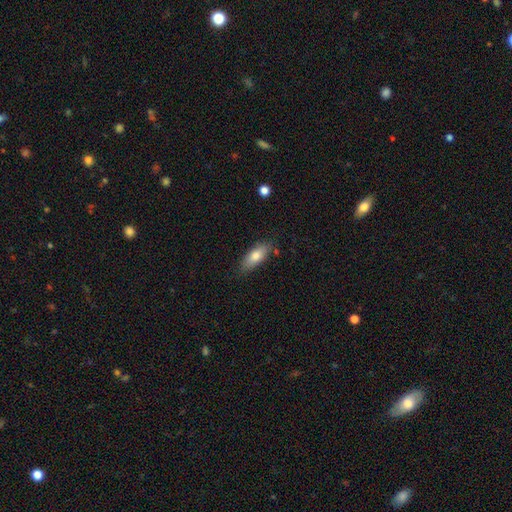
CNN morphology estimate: type=smooth (76%); roundness=in between (72%); merging=none (79%).